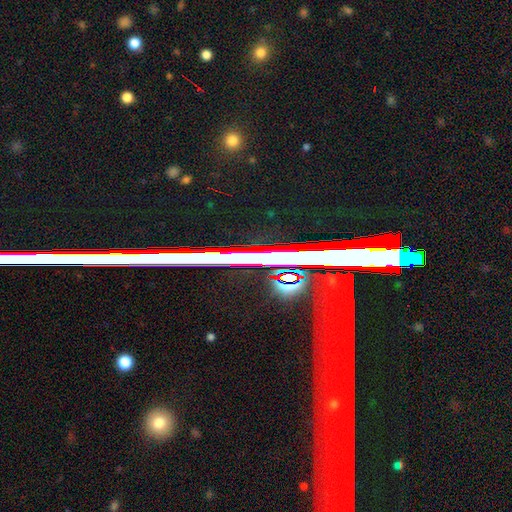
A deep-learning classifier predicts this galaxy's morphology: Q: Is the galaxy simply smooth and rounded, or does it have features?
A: star or artifact — 67%.